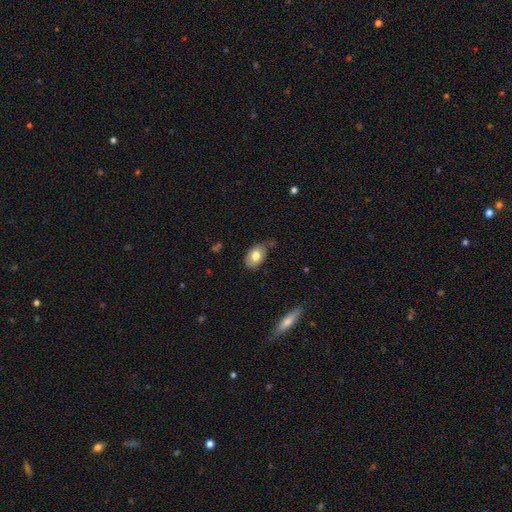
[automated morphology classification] Q: Smooth or featured?
A: smooth (76%); runner-up: featured or disk (16%)
Q: How rounded?
A: in between (86%); runner-up: round (12%)
Q: Merging?
A: none (60%); runner-up: minor disturbance (30%)